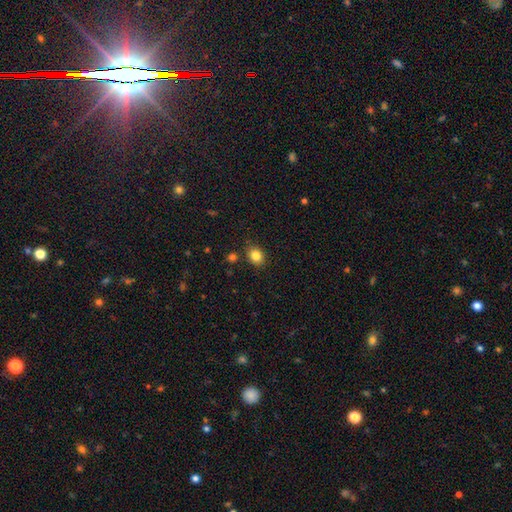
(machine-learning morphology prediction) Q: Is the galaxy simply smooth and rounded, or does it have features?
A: smooth — 84%.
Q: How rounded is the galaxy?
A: round — 53%.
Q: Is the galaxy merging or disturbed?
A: none — 85%.